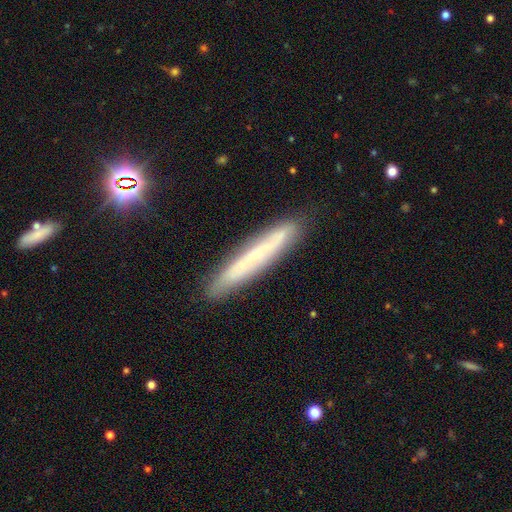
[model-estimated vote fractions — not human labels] Smooth or featured?
  - featured or disk: 48% *
  - smooth: 42%
  - star or artifact: 10%
Merging?
  - none: 86% *
  - minor disturbance: 10%
  - major disturbance: 2%
  - merger: 2%